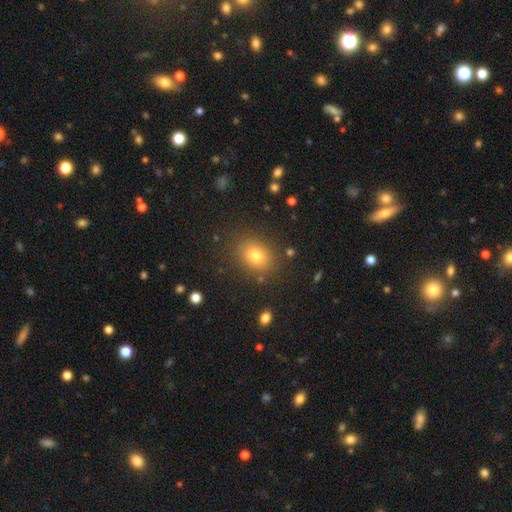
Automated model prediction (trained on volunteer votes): Smooth or featured?
  - smooth: 78% *
  - star or artifact: 13%
  - featured or disk: 9%
How rounded?
  - in between: 61% *
  - round: 37%
  - cigar-shaped: 1%
Merging?
  - none: 84% *
  - minor disturbance: 10%
  - major disturbance: 4%
  - merger: 2%